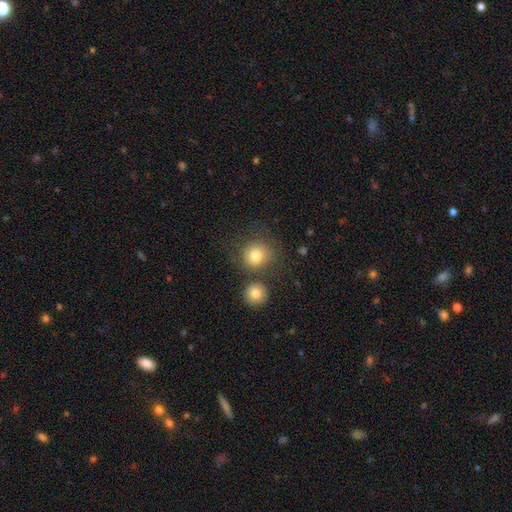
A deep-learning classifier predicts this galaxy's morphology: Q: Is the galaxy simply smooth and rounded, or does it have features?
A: smooth — 80%.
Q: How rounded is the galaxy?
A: round — 88%.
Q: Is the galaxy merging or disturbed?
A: none — 64%.